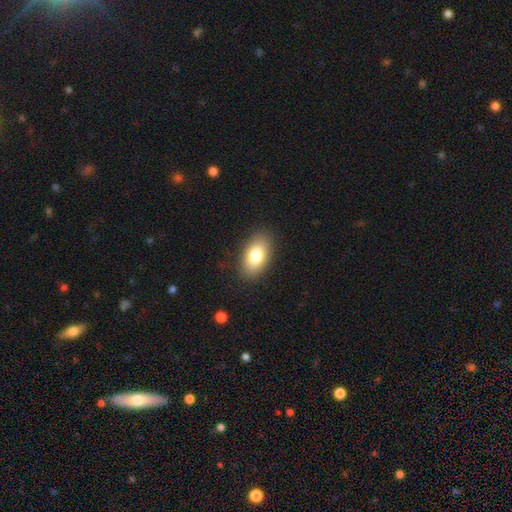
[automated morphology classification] This is likely a smooth galaxy (78%). How rounded: clearly in between (92%). Merging: clearly none (87%).